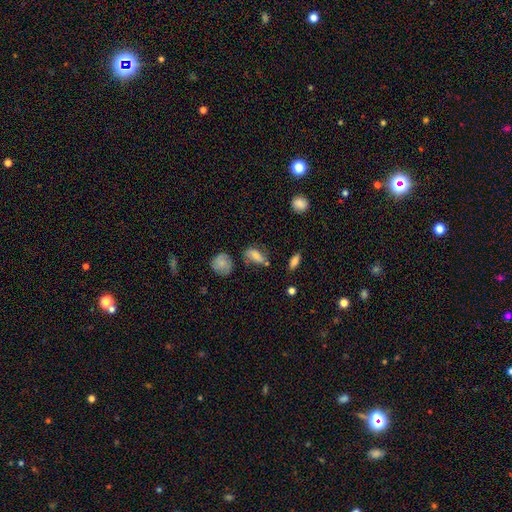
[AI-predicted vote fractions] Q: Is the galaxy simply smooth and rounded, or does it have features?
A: smooth — 68%.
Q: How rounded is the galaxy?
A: in between — 82%.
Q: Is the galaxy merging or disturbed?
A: none — 59%.